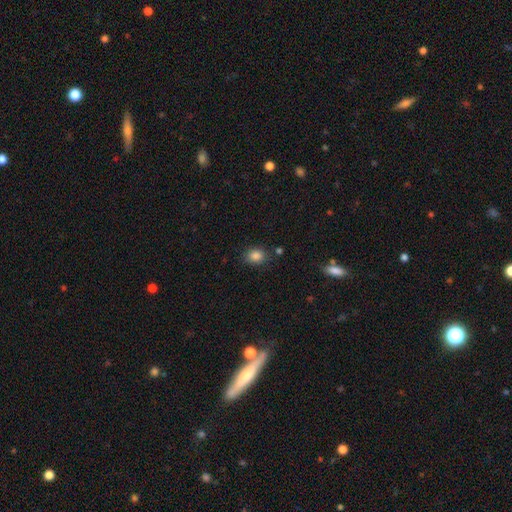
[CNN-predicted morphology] A smooth galaxy with no disk features (85%) that is in between round and cigar-shaped (51%). Merging: none (81%).